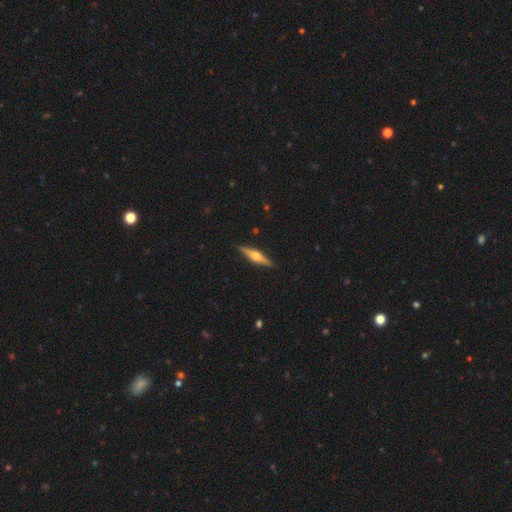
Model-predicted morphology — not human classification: The model was most divided on "smooth or featured": featured or disk: 71%, smooth: 24%, star or artifact: 5%. More confident: edge-on disk — yes (97%); edge-on bulge — rounded (93%); merging — none (91%).